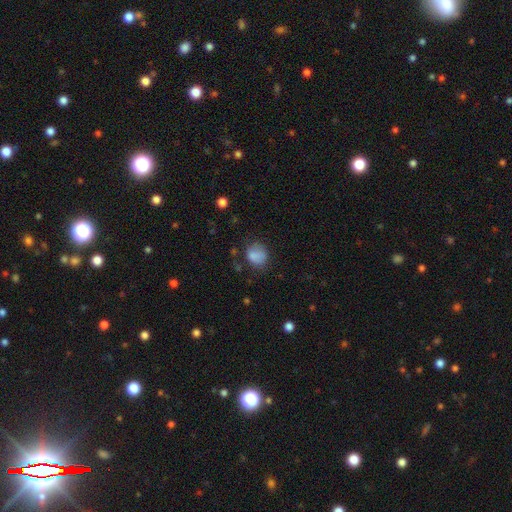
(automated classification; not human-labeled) Q: Smooth or featured?
A: smooth (82%); runner-up: star or artifact (10%)
Q: How rounded?
A: round (66%); runner-up: in between (33%)
Q: Merging?
A: none (65%); runner-up: minor disturbance (24%)